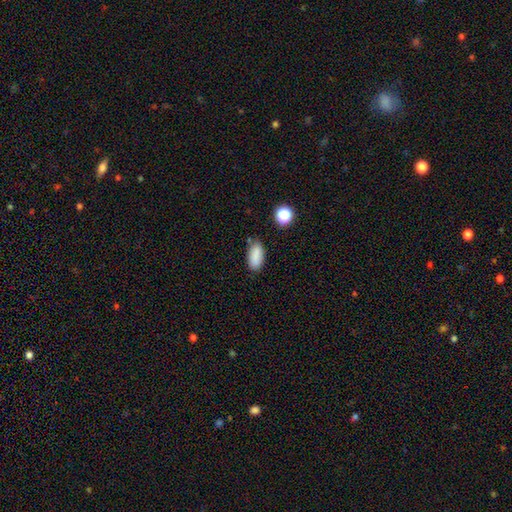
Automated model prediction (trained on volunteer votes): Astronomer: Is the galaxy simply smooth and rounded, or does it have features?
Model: smooth — 86%.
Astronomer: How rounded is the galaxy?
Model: in between — 85%.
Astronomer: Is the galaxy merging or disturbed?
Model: none — 78%.